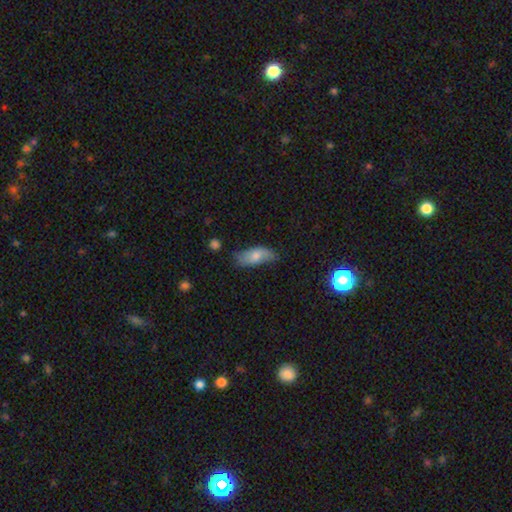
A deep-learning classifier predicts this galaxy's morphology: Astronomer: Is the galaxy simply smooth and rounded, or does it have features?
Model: smooth — 63%.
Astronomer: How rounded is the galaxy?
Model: in between — 80%.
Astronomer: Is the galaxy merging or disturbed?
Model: none — 65%.